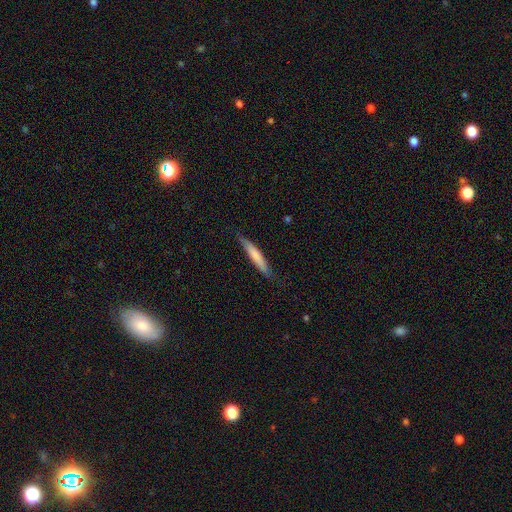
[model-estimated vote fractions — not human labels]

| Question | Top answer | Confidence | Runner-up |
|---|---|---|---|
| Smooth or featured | smooth | 71% | featured or disk (24%) |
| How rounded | cigar-shaped | 92% | in between (6%) |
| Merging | none | 82% | minor disturbance (14%) |